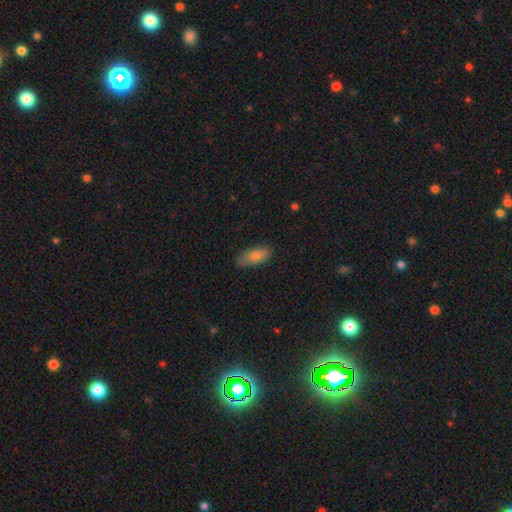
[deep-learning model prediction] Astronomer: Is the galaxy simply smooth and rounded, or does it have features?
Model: smooth — 82%.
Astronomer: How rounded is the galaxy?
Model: in between — 83%.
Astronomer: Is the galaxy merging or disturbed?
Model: none — 77%.